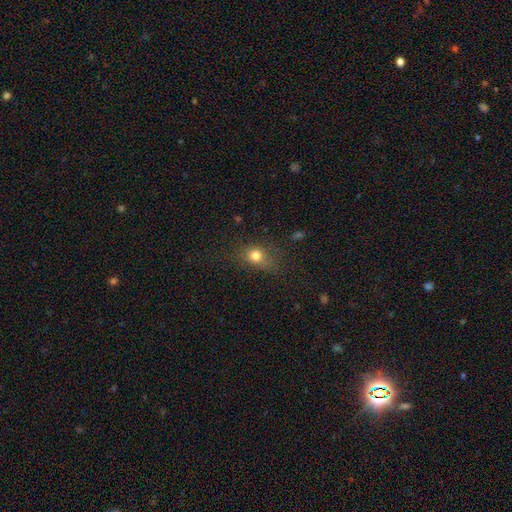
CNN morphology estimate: smooth_or_featured: smooth (p=0.76) [alt: star or artifact p=0.14]
how_rounded: round (p=0.55) [alt: in between p=0.42]
merging: none (p=0.67) [alt: minor disturbance p=0.21]